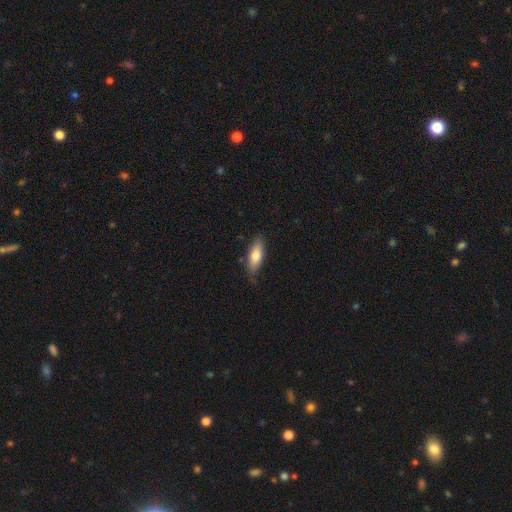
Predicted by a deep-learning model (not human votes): A smooth galaxy with no disk features (74%) that is in between round and cigar-shaped (67%). Merging: none (76%).